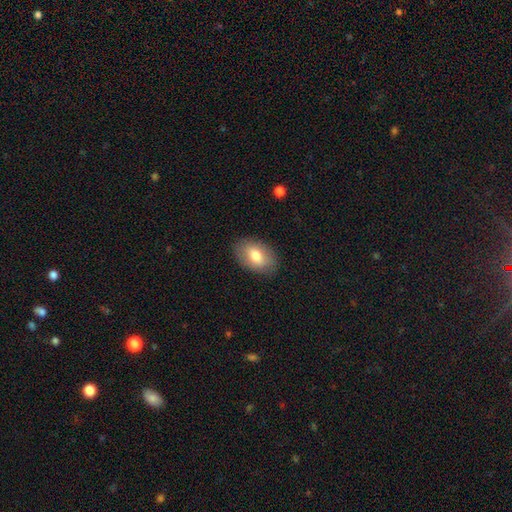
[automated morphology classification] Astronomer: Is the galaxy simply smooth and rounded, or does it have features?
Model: smooth — 76%.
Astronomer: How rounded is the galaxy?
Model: in between — 89%.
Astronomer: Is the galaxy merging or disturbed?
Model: none — 86%.